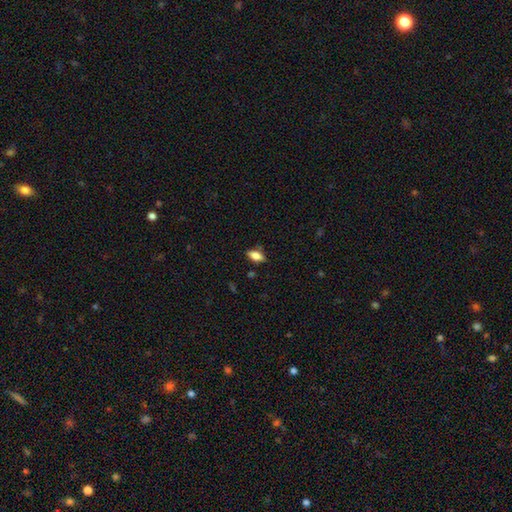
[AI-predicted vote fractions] Smooth or featured?
  - smooth: 74% *
  - featured or disk: 17%
  - star or artifact: 8%
How rounded?
  - in between: 85% *
  - cigar-shaped: 11%
  - round: 4%
Merging?
  - none: 81% *
  - minor disturbance: 14%
  - major disturbance: 3%
  - merger: 2%